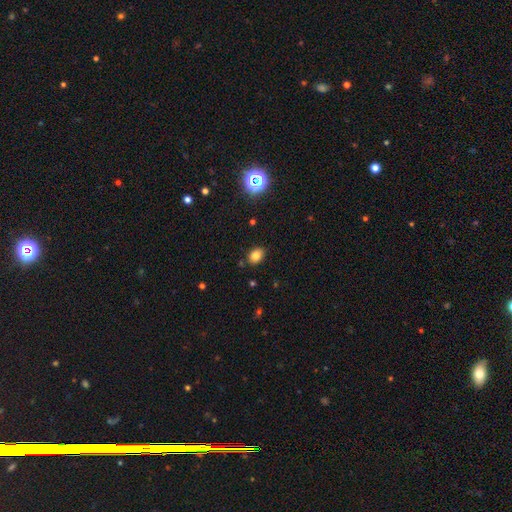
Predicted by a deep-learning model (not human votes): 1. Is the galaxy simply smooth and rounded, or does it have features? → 81% smooth, 13% star or artifact, 7% featured or disk.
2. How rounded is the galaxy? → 69% in between, 30% round, 1% cigar-shaped.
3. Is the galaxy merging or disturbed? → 85% none, 10% minor disturbance, 2% major disturbance, 2% merger.